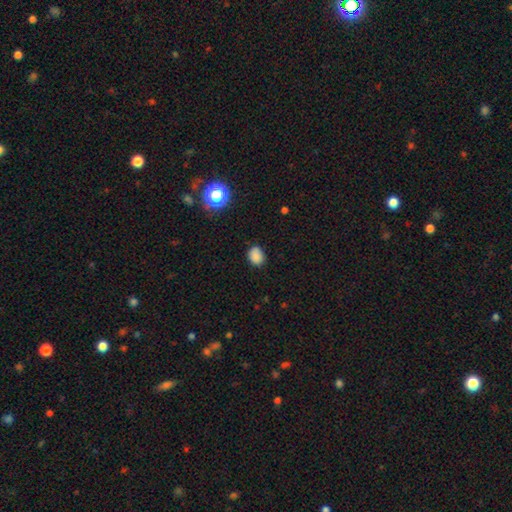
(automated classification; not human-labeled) A smooth galaxy with no disk features (84%) that is in between round and cigar-shaped (53%). Merging: none (79%).